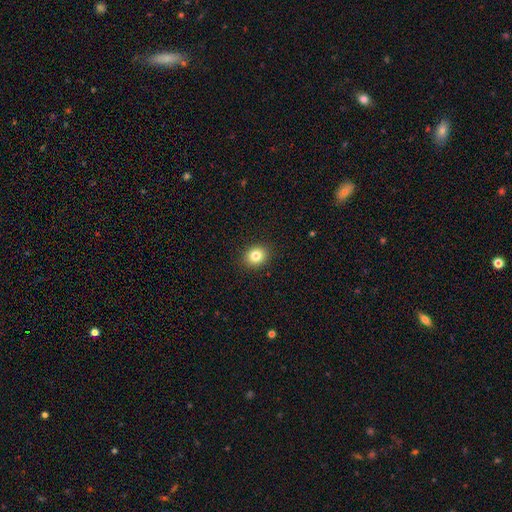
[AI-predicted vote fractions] Overall: smooth (83%). How rounded: round (69%; in between 30%). Merging: none (91%).